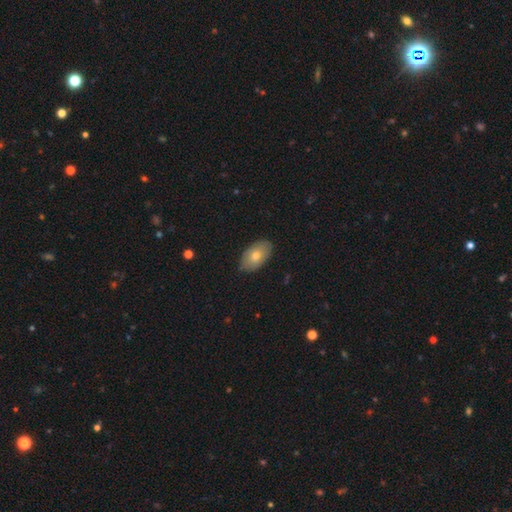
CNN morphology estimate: smooth-or-featured: smooth: 70% | featured or disk: 22% | star or artifact: 8%
  how-rounded: in between: 93% | round: 6% | cigar-shaped: 1%
  merging: none: 86% | minor disturbance: 11% | major disturbance: 2% | merger: 1%